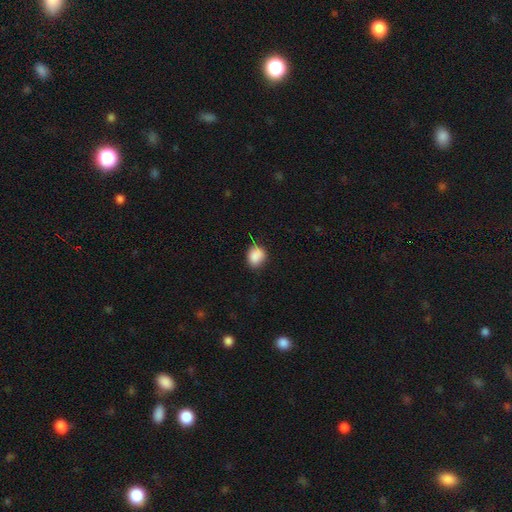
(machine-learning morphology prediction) Q: Smooth or featured?
A: smooth (86%); runner-up: star or artifact (8%)
Q: How rounded?
A: round (57%); runner-up: in between (42%)
Q: Merging?
A: none (65%); runner-up: minor disturbance (27%)